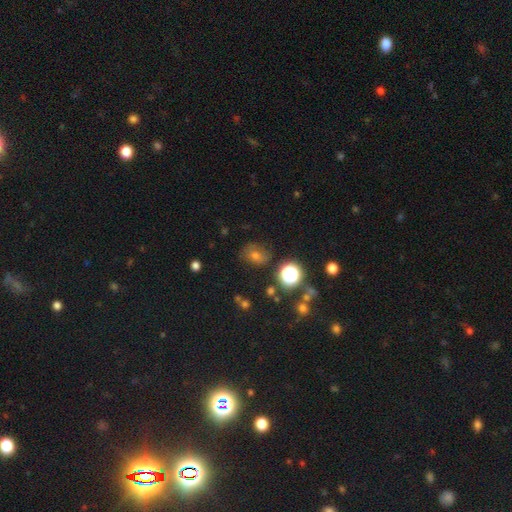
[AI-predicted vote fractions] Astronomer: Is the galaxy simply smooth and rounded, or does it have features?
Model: smooth — 50% (runner-up: star or artifact, 33%).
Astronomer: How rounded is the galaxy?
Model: round — 57% (runner-up: in between, 42%).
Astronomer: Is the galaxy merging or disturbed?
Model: none — 74%.